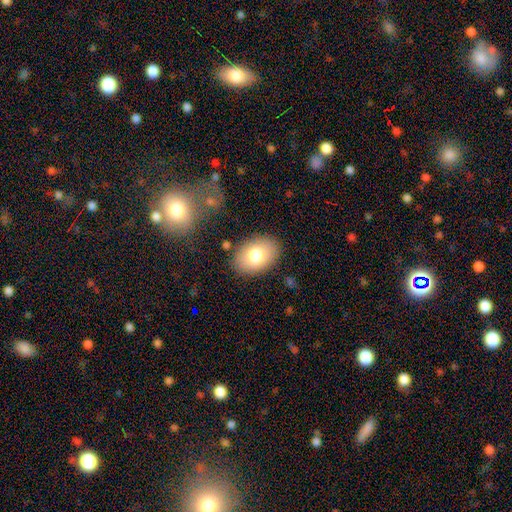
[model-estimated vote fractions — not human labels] Smooth or featured?
  - smooth: 77% *
  - featured or disk: 15%
  - star or artifact: 8%
How rounded?
  - in between: 82% *
  - round: 17%
  - cigar-shaped: 1%
Merging?
  - none: 85% *
  - minor disturbance: 10%
  - major disturbance: 3%
  - merger: 2%